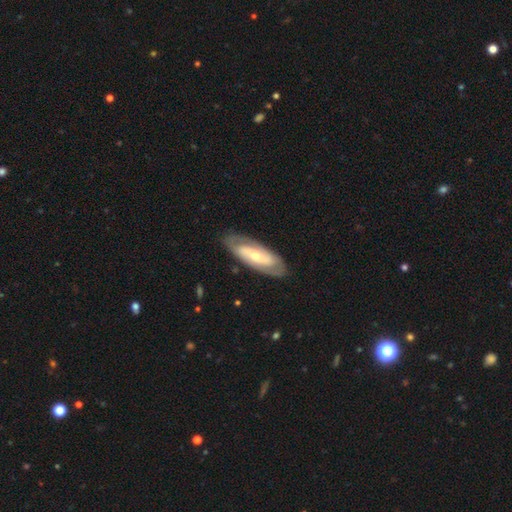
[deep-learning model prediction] This appears to be a featured or disk galaxy (67%) with no bar (49%), spiral arms (67%) and a moderate central bulge (49%). Merging: none (83%).